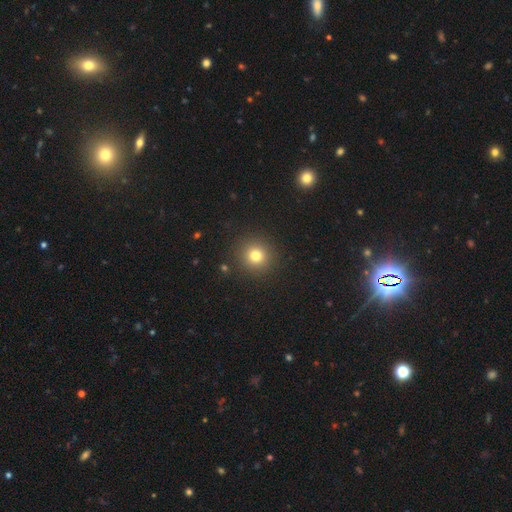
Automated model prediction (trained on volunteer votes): Smooth or featured? smooth (78%)
How rounded? round (92%)
Merging? none (90%)